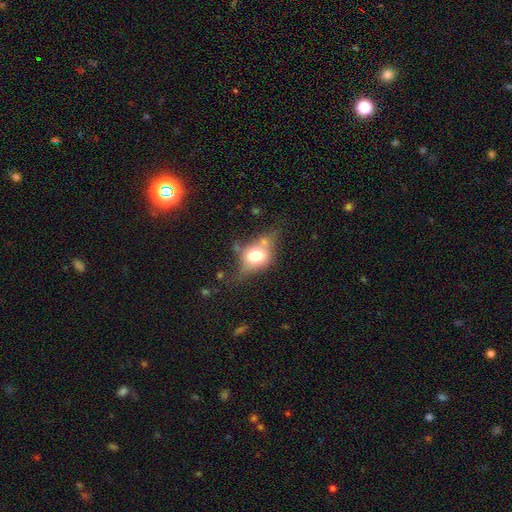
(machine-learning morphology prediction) smooth-or-featured: smooth: 58% | featured or disk: 32% | star or artifact: 10%
  how-rounded: in between: 56% | round: 40% | cigar-shaped: 3%
  merging: none: 47% | minor disturbance: 26% | major disturbance: 15% | merger: 12%